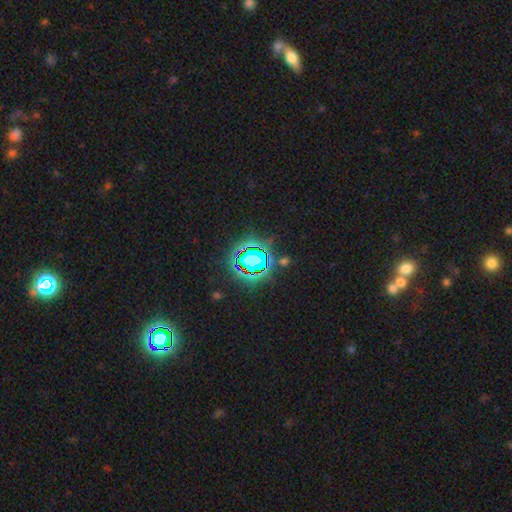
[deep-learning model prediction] star or artifact 80%, smooth 13%, featured or disk 8%.